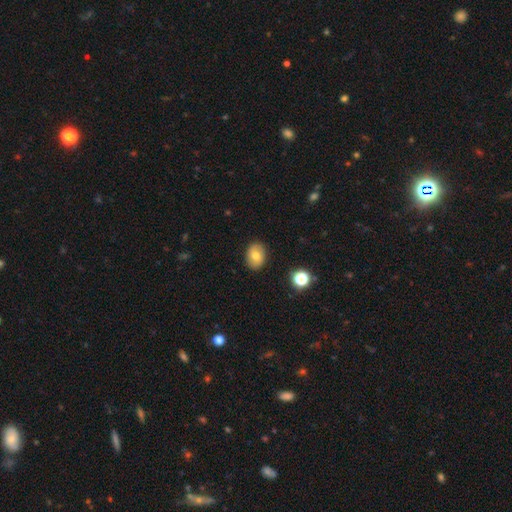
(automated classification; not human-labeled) Smooth or featured? Predicted: smooth (p=0.70). How rounded? Predicted: in between (p=0.68). Merging? Predicted: none (p=0.87).